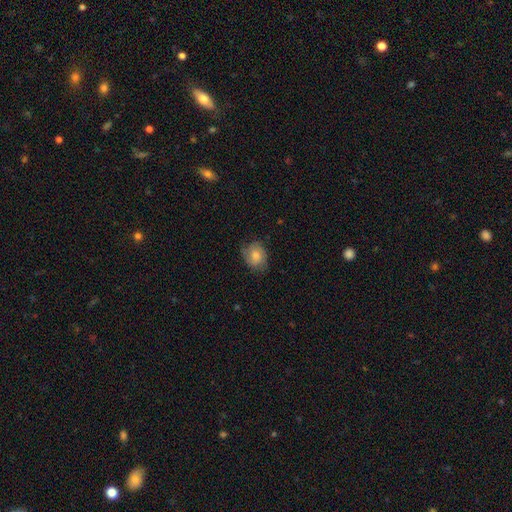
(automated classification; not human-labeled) Smooth or featured? Predicted: smooth (p=0.69). How rounded? Predicted: round (p=0.55). Merging? Predicted: none (p=0.67).